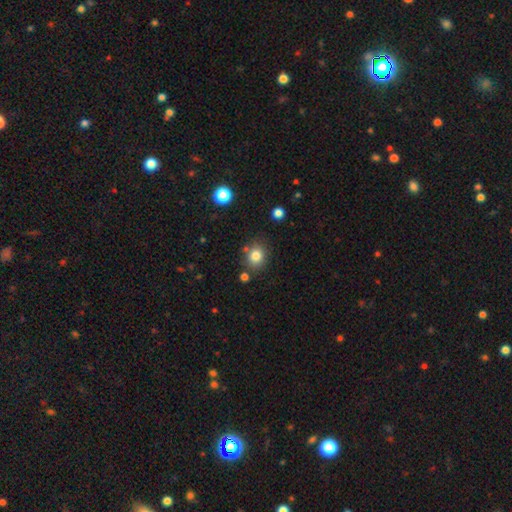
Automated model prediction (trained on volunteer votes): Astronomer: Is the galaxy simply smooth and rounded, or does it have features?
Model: smooth — 81%.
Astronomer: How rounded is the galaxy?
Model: round — 66%.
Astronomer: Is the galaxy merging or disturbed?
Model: none — 77%.